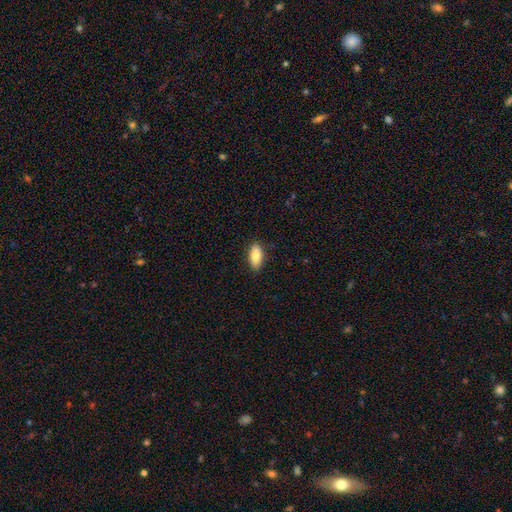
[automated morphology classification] Overall: smooth (82%). How rounded: in between (87%). Merging: none (87%).